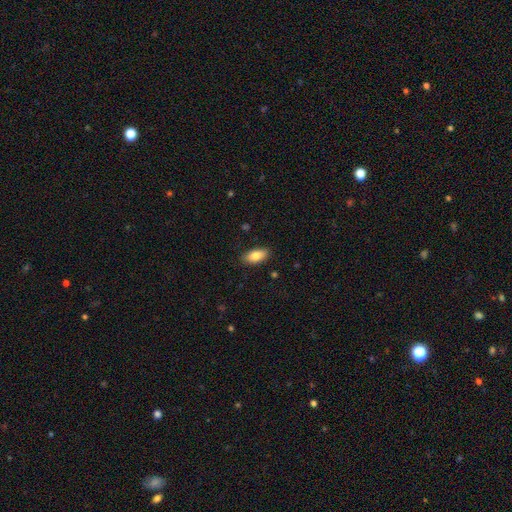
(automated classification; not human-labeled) A smooth galaxy with no disk features (80%) that is in between round and cigar-shaped (89%).

Vote fractions:
- Smooth or featured? smooth: 80% / featured or disk: 13% / star or artifact: 7%
- How rounded? in between: 89% / cigar-shaped: 8% / round: 3%
- Merging? none: 88% / minor disturbance: 10% / major disturbance: 2% / merger: 1%